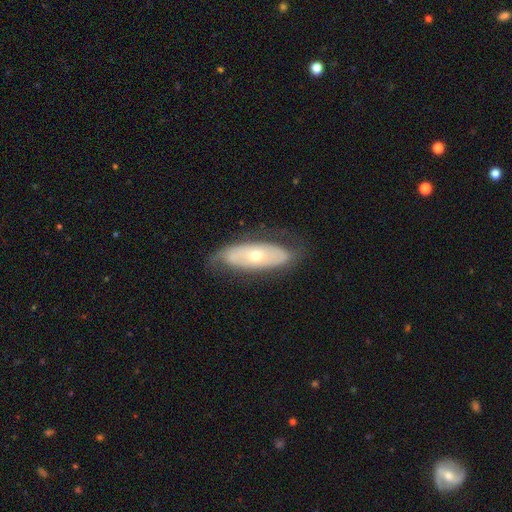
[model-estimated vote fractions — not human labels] The model was most divided on "smooth or featured": featured or disk: 58%, smooth: 35%, star or artifact: 6%. More confident: edge-on disk — no (79%); merging — none (70%).